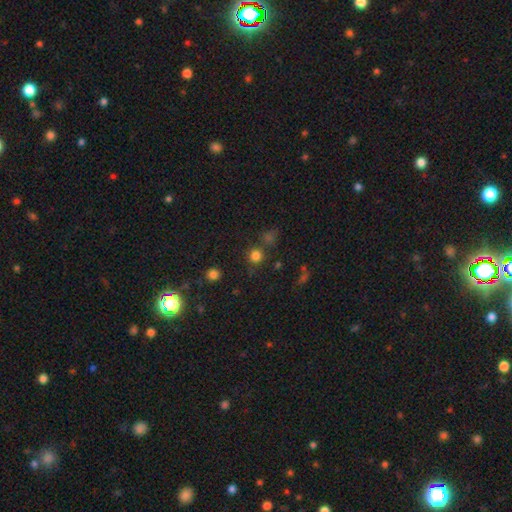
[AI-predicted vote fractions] smooth_or_featured: smooth (p=0.77) [alt: star or artifact p=0.18]
how_rounded: round (p=0.92) [alt: in between p=0.07]
merging: none (p=0.78) [alt: merger p=0.10]